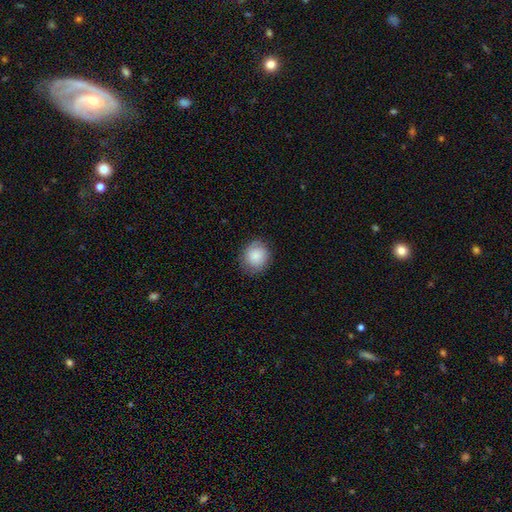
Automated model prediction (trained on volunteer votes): smooth_or_featured: smooth (p=0.85) [alt: featured or disk p=0.08]
how_rounded: round (p=0.75) [alt: in between p=0.25]
merging: none (p=0.83) [alt: minor disturbance p=0.13]